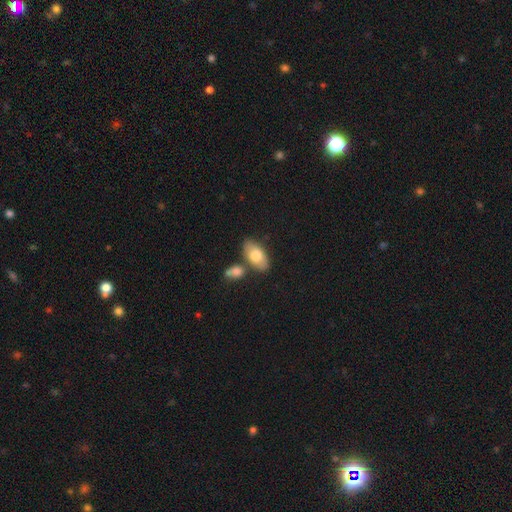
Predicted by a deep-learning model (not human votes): Morphology: type=smooth (72%); roundness=in between (93%); merging=none (68%).